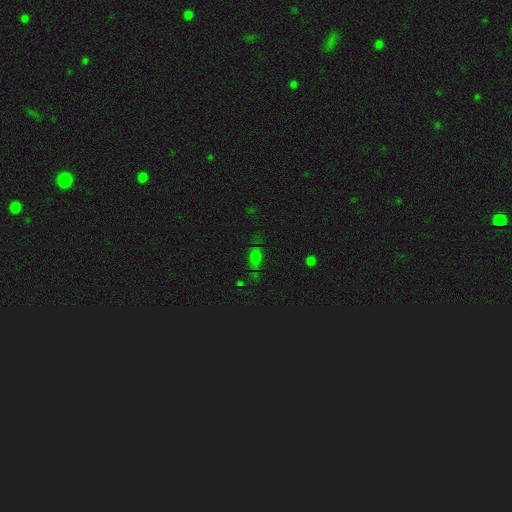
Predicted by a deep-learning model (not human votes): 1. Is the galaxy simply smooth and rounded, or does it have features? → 60% smooth, 29% star or artifact, 12% featured or disk.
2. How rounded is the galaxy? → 75% in between, 15% round, 10% cigar-shaped.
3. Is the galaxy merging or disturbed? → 66% none, 21% minor disturbance, 9% major disturbance, 4% merger.